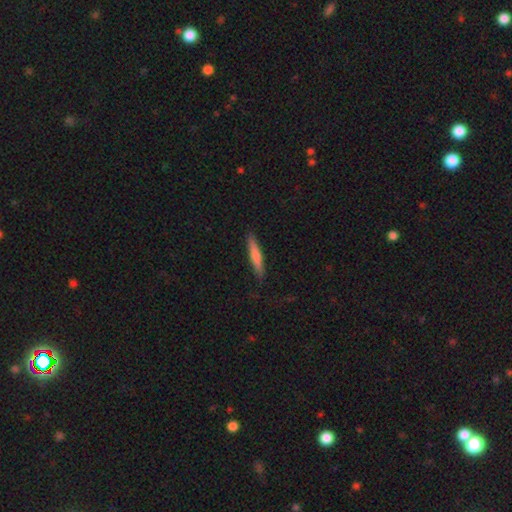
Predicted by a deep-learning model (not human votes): Overall: smooth (70%). How rounded: cigar-shaped (92%). Merging: none (88%).